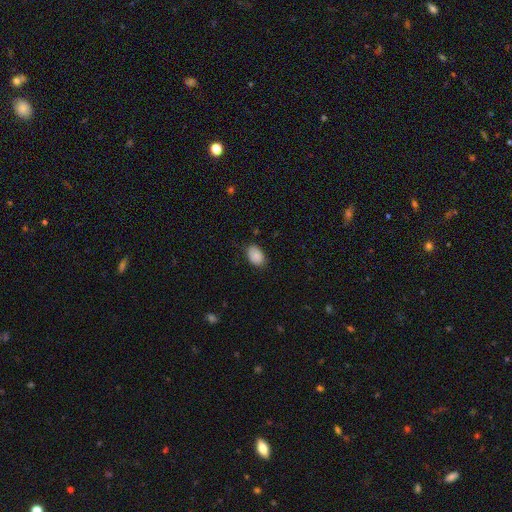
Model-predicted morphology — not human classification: smooth_or_featured: smooth (p=0.87) [alt: star or artifact p=0.07]
how_rounded: in between (p=0.88) [alt: round p=0.11]
merging: none (p=0.76) [alt: minor disturbance p=0.19]